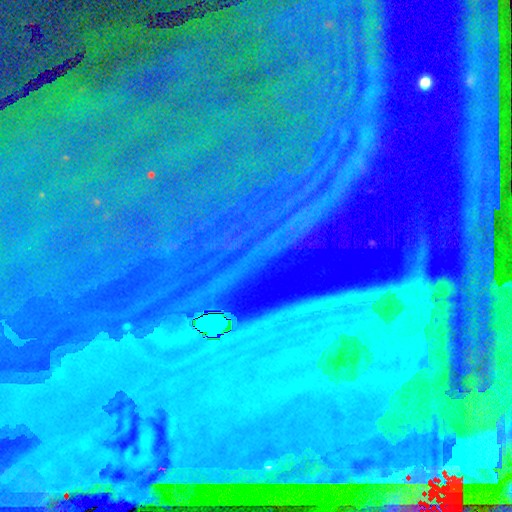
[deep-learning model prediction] A star or artifact, not a galaxy (88%).

Vote fractions:
- Smooth or featured? star or artifact: 88% / featured or disk: 6% / smooth: 5%